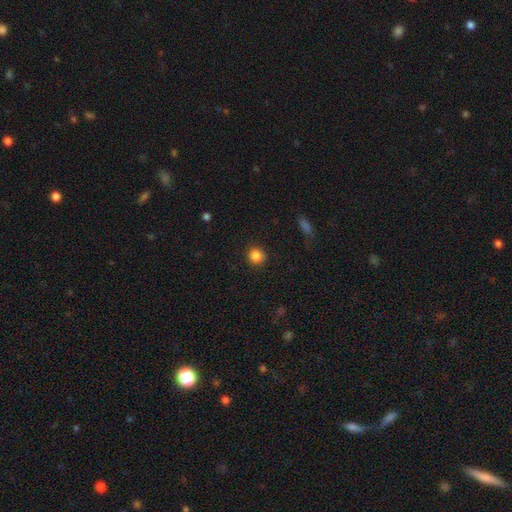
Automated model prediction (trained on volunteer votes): Smooth or featured? Predicted: smooth (p=0.86). How rounded? Predicted: round (p=0.89). Merging? Predicted: none (p=0.89).